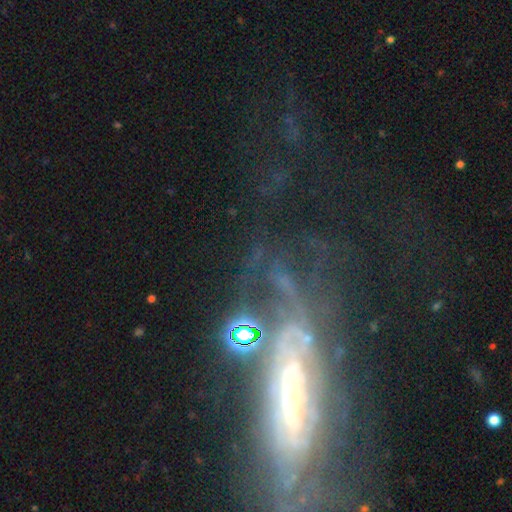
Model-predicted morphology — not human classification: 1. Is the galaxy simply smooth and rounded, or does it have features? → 49% featured or disk, 35% star or artifact, 15% smooth.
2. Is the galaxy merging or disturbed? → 47% none, 27% major disturbance, 17% minor disturbance, 10% merger.